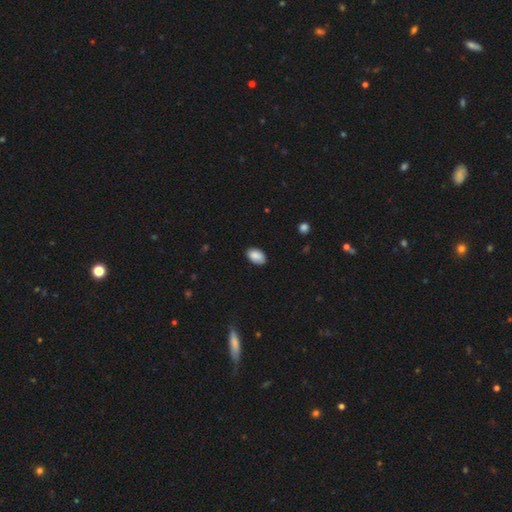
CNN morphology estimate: smooth_or_featured: smooth (p=0.88) [alt: star or artifact p=0.07]
how_rounded: in between (p=0.93) [alt: round p=0.05]
merging: none (p=0.84) [alt: minor disturbance p=0.13]